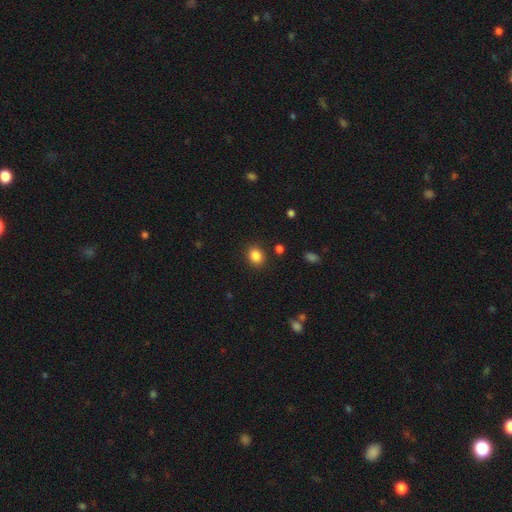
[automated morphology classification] smooth_or_featured: smooth (p=0.86) [alt: star or artifact p=0.10]
how_rounded: round (p=0.63) [alt: in between p=0.36]
merging: none (p=0.87) [alt: minor disturbance p=0.08]